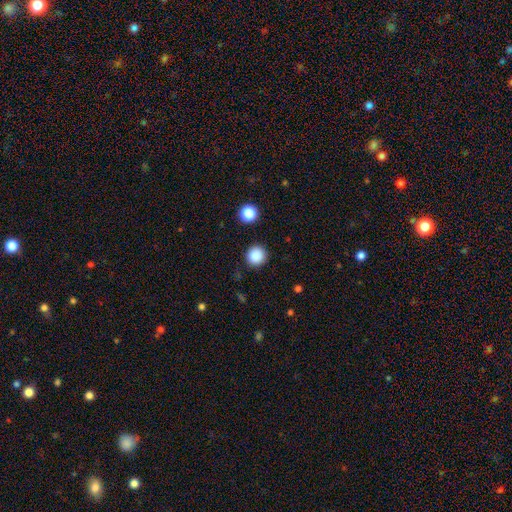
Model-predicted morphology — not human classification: Smooth or featured? Predicted: smooth (p=0.87). How rounded? Predicted: round (p=0.94). Merging? Predicted: none (p=0.90).